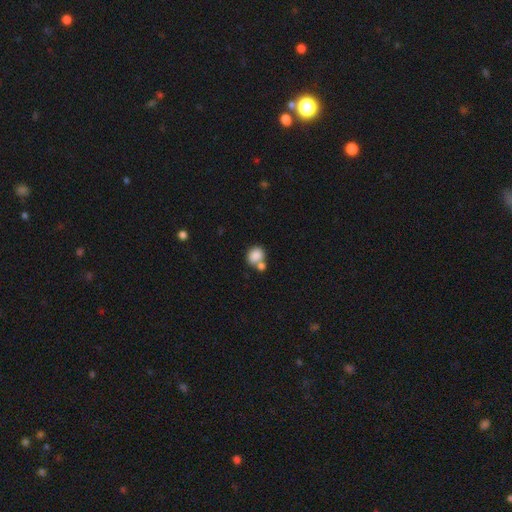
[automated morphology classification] Smooth or featured?
  - smooth: 84% *
  - star or artifact: 9%
  - featured or disk: 7%
How rounded?
  - round: 59% *
  - in between: 40%
  - cigar-shaped: 1%
Merging?
  - none: 43% *
  - merger: 42%
  - minor disturbance: 11%
  - major disturbance: 4%